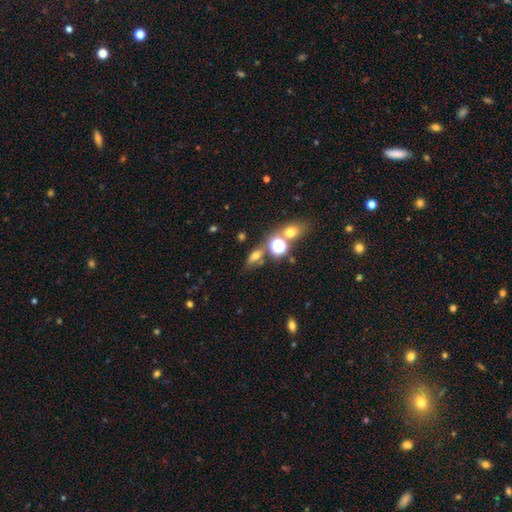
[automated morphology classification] smooth 59%, star or artifact 24%, featured or disk 17%. Down the decision tree: how rounded — in between (64%); merging — none (64%).